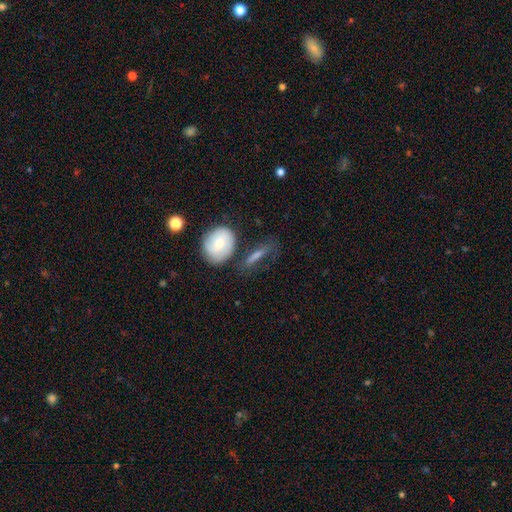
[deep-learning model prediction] Smooth or featured: smooth — 56% (featured or disk — 34%)
How rounded: in between — 48% (cigar-shaped — 35%)
Merging: none — 58% (minor disturbance — 21%)